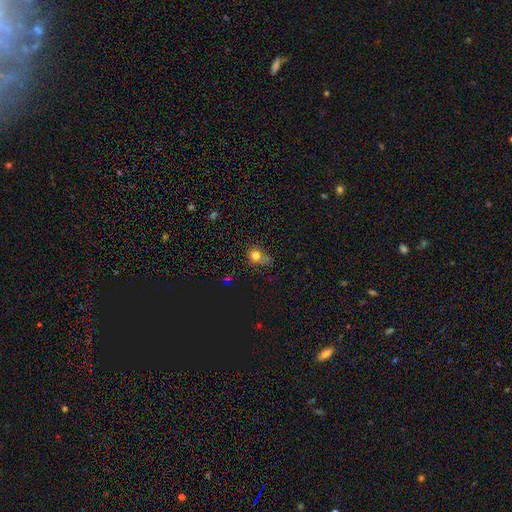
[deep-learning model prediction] Q: Smooth or featured?
A: smooth (76%); runner-up: star or artifact (16%)
Q: How rounded?
A: round (80%); runner-up: in between (19%)
Q: Merging?
A: none (54%); runner-up: minor disturbance (23%)